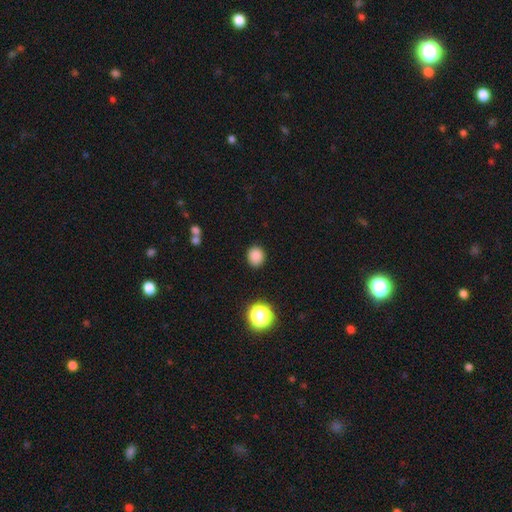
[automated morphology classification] Smooth or featured? Predicted: smooth (p=0.85). How rounded? Predicted: round (p=0.72). Merging? Predicted: none (p=0.89).